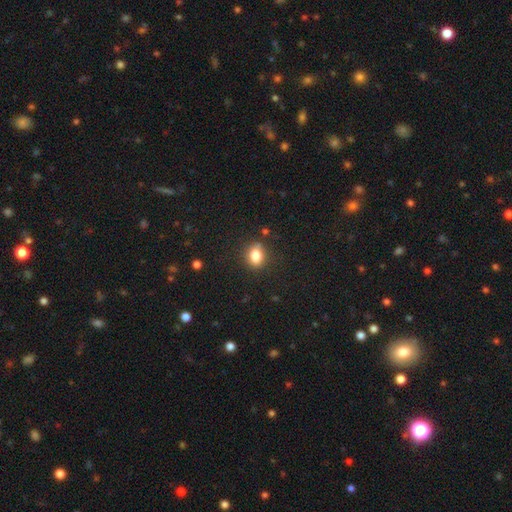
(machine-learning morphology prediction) This appears to be a smooth galaxy with no disk features (83%) that is in between round and cigar-shaped (53%). Merging: none (78%).